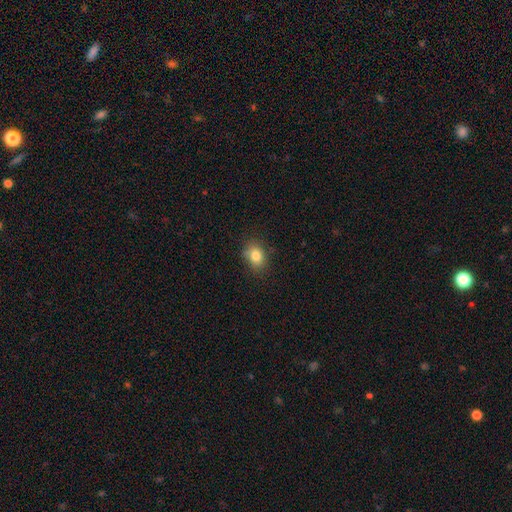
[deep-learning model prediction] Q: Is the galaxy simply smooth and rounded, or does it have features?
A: smooth — 82%.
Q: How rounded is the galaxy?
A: in between — 59%.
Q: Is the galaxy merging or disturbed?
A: none — 81%.